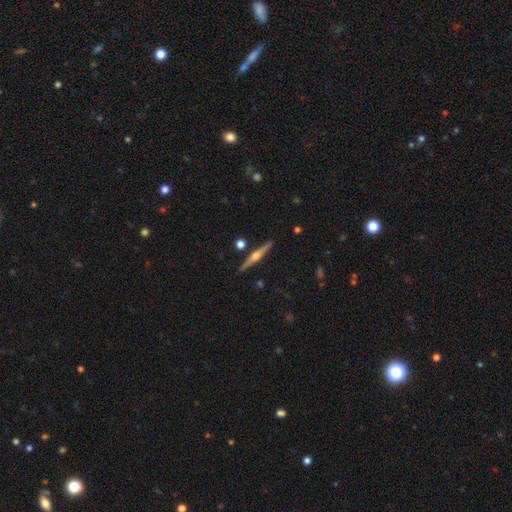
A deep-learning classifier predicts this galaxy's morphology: A featured or disk galaxy (79%) viewed edge-on (98%) with a rounded central bulge (94%).

Vote fractions:
- Smooth or featured? featured or disk: 79% / smooth: 16% / star or artifact: 6%
- Edge-on disk? yes: 98% / no: 2%
- Edge-on bulge? rounded: 94% / boxy: 4% / none: 3%
- Merging? none: 90% / minor disturbance: 6% / merger: 2% / major disturbance: 1%